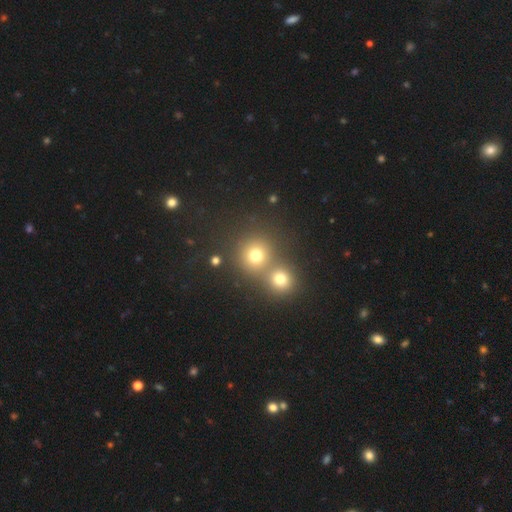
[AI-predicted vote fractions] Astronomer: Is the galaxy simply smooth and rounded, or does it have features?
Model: smooth — 73%.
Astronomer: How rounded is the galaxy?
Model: round — 89%.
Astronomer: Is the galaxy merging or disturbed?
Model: none — 49% (runner-up: merger, 43%).